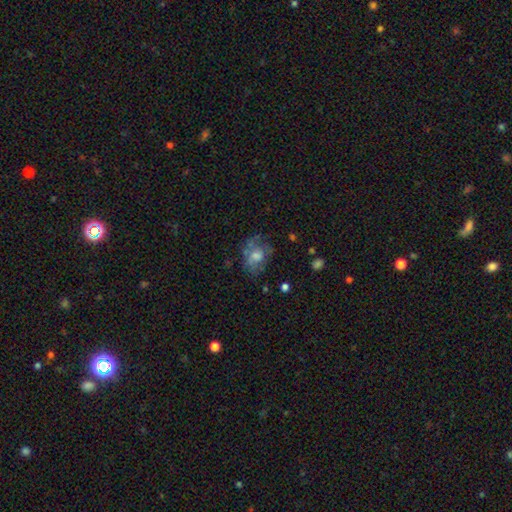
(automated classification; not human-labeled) Smooth or featured? featured or disk (47%)
Merging? none (53%)